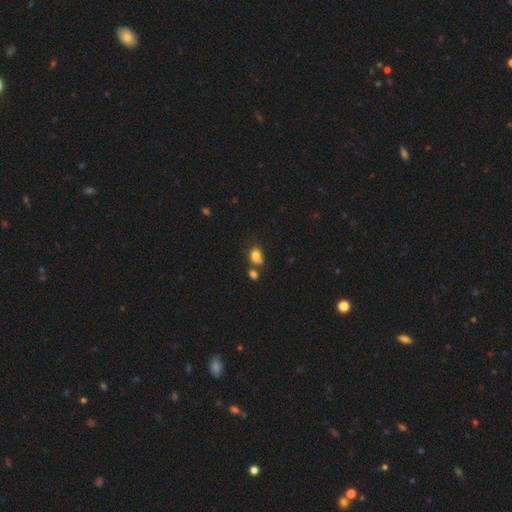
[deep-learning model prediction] Smooth or featured?
  - smooth: 80% *
  - star or artifact: 11%
  - featured or disk: 10%
How rounded?
  - in between: 59% *
  - round: 40%
  - cigar-shaped: 1%
Merging?
  - none: 41% *
  - merger: 31%
  - minor disturbance: 20%
  - major disturbance: 8%